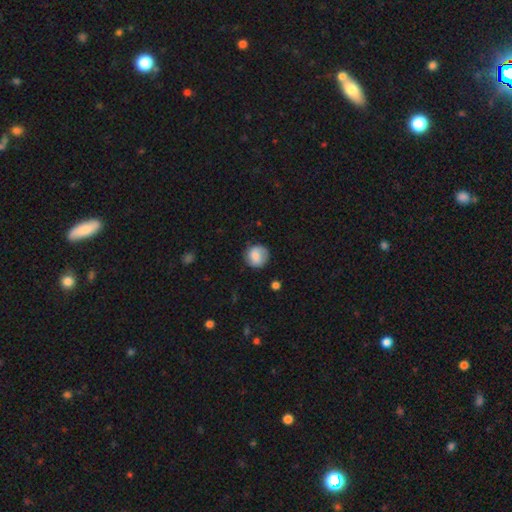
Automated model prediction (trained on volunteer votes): Smooth or featured?
  - smooth: 78% *
  - featured or disk: 15%
  - star or artifact: 7%
How rounded?
  - round: 88% *
  - in between: 11%
  - cigar-shaped: 1%
Merging?
  - none: 77% *
  - minor disturbance: 16%
  - major disturbance: 5%
  - merger: 1%